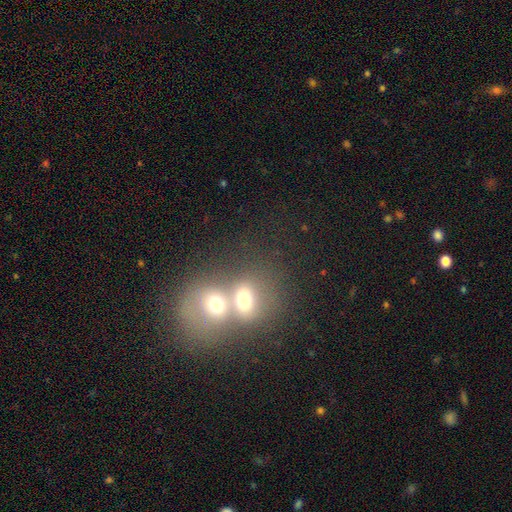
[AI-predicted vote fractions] smooth 54%, featured or disk 29%, star or artifact 17%. Down the decision tree: how rounded — round (57%); merging — merger (80%).